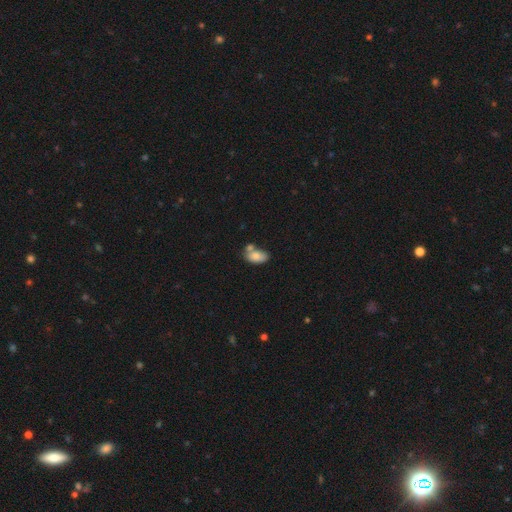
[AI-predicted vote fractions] Smooth or featured? Predicted: smooth (p=0.82). How rounded? Predicted: in between (p=0.92). Merging? Predicted: none (p=0.45).